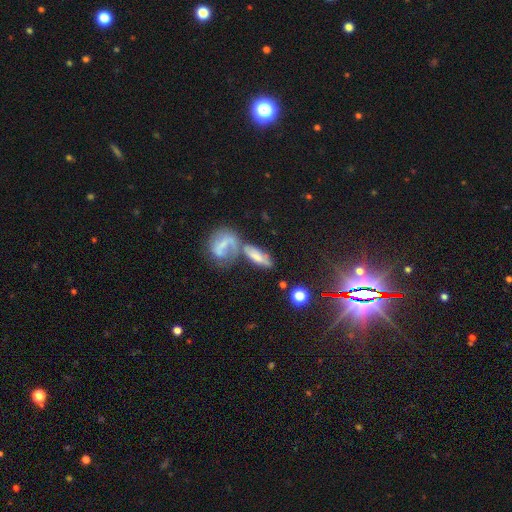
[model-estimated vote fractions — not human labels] Morphology: type=smooth (43%); merging=merger (44%).